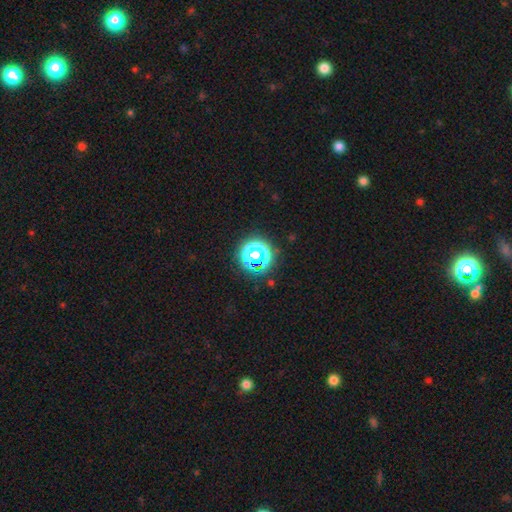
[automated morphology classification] type=smooth (46%); merging=none (78%).